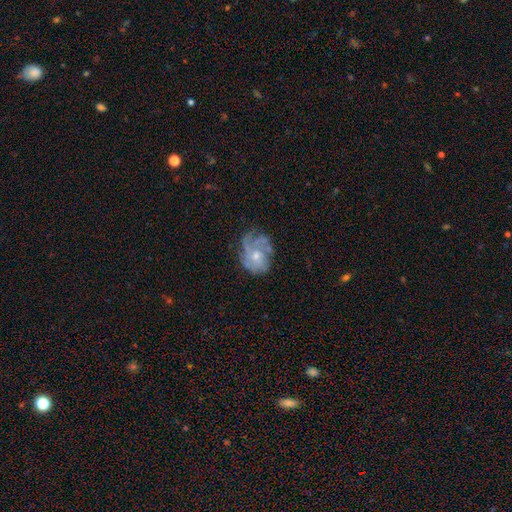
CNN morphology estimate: smooth_or_featured: featured or disk (p=0.71) [alt: smooth p=0.20]
disk_edge_on: no (p=0.97) [alt: yes p=0.03]
bar: no (p=0.81) [alt: weak p=0.17]
has_spiral_arms: yes (p=0.76) [alt: no p=0.24]
spiral_winding: tight (p=0.42) [alt: medium p=0.37]
spiral_arm_count: can't tell (p=0.42) [alt: 3 p=0.18]
bulge_size: small (p=0.52) [alt: moderate p=0.42]
merging: none (p=0.52) [alt: minor disturbance p=0.26]